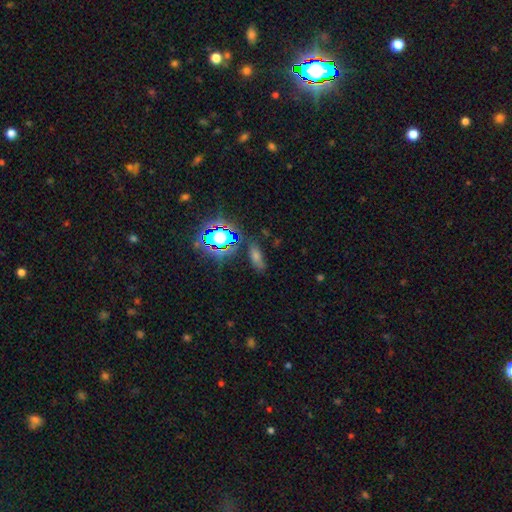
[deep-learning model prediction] Overall: smooth (42%, tied with star or artifact). Merging: none (78%).